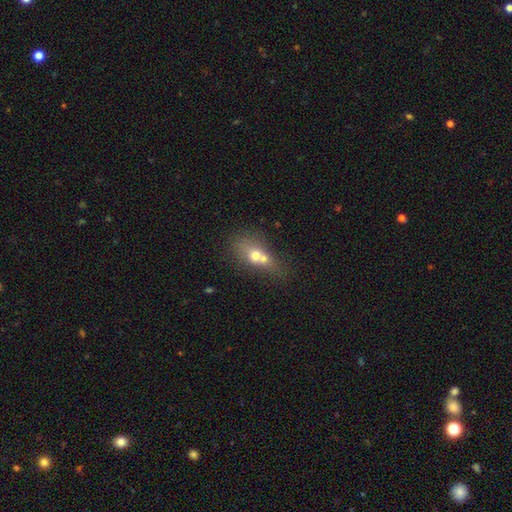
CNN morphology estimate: smooth_or_featured: smooth (p=0.60) [alt: featured or disk p=0.28]
how_rounded: in between (p=0.53) [alt: round p=0.40]
merging: merger (p=0.65) [alt: none p=0.21]